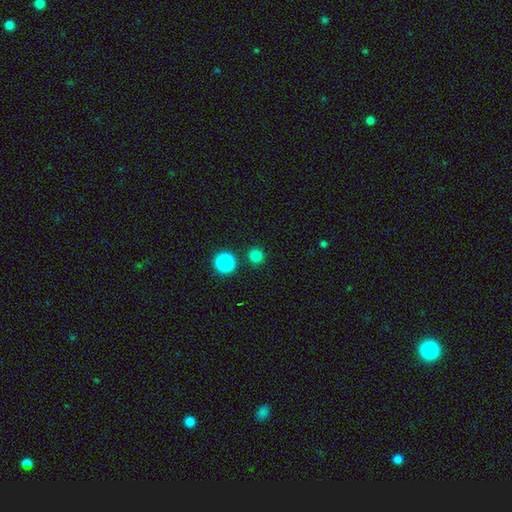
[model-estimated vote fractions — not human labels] smooth 79%, star or artifact 17%, featured or disk 4%. Down the decision tree: how rounded — round (94%); merging — none (88%).